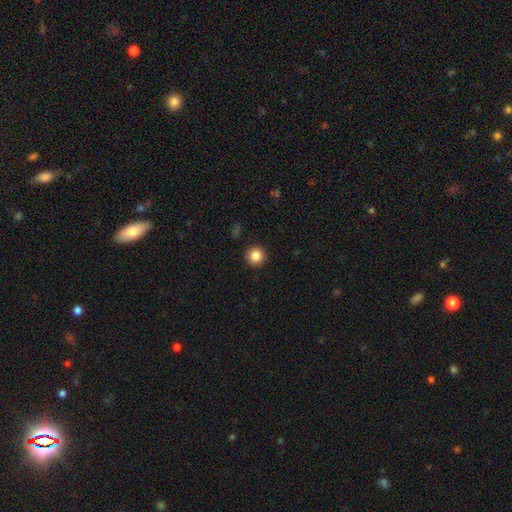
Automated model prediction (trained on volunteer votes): Smooth or featured?
  - smooth: 85% *
  - star or artifact: 10%
  - featured or disk: 5%
How rounded?
  - round: 95% *
  - in between: 4%
  - cigar-shaped: 1%
Merging?
  - none: 93% *
  - minor disturbance: 5%
  - major disturbance: 2%
  - merger: 1%